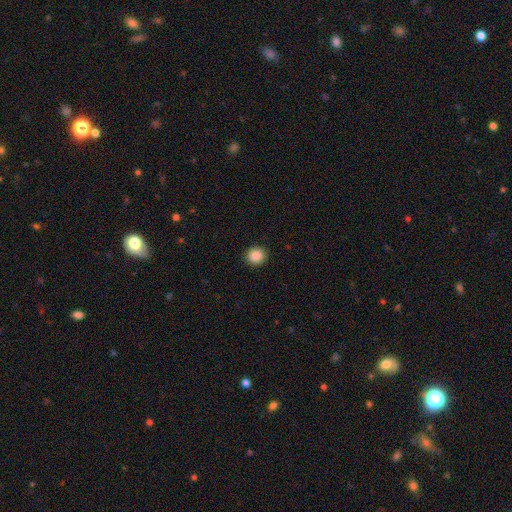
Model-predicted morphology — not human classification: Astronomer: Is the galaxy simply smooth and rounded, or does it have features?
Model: smooth — 88%.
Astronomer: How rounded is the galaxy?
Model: round — 86%.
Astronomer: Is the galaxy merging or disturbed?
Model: none — 91%.